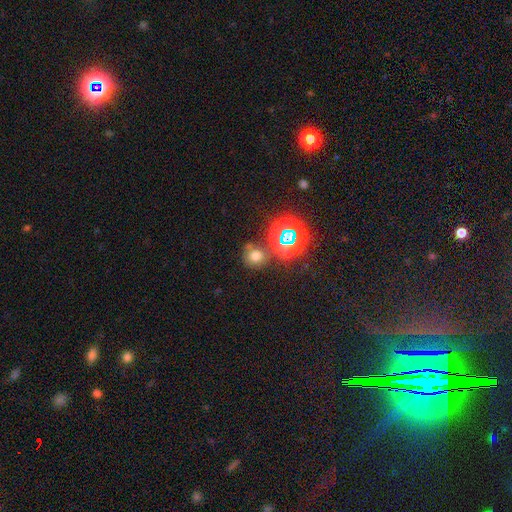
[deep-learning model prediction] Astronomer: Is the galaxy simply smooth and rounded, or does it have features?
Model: smooth — 61%.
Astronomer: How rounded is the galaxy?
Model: round — 82%.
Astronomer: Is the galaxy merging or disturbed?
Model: none — 69%.